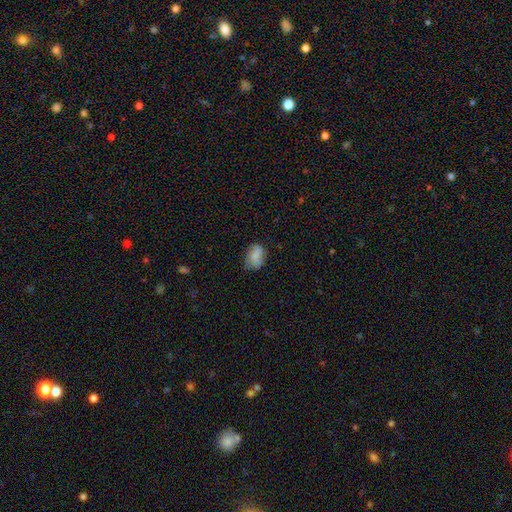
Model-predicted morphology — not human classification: Overall: smooth (76%). How rounded: in between (78%). Merging: none (52%; minor disturbance 34%).